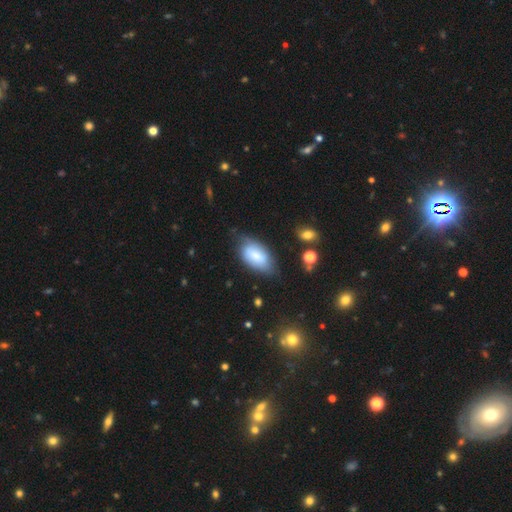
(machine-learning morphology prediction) type=smooth (73%); roundness=in between (93%); merging=none (58%).